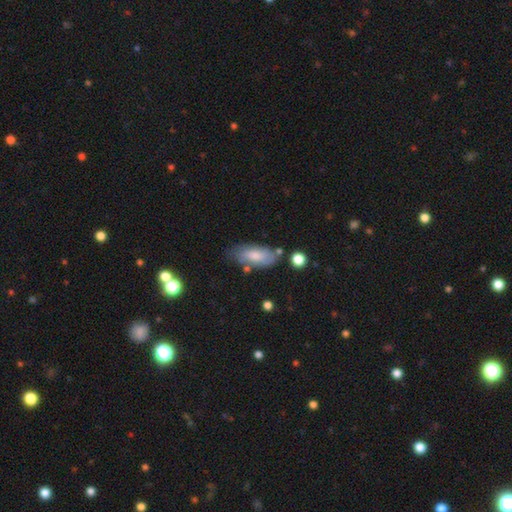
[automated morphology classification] Smooth or featured?
  - smooth: 72% *
  - featured or disk: 22%
  - star or artifact: 6%
How rounded?
  - in between: 84% *
  - cigar-shaped: 13%
  - round: 2%
Merging?
  - none: 64% *
  - minor disturbance: 22%
  - merger: 7%
  - major disturbance: 6%